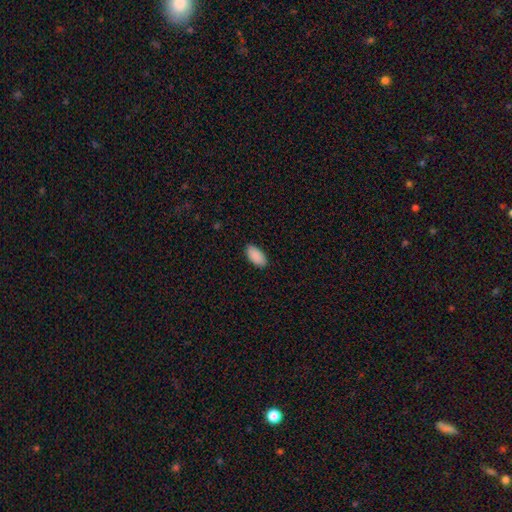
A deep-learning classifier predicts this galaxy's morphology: Q: Smooth or featured?
A: smooth (91%); runner-up: star or artifact (6%)
Q: How rounded?
A: in between (95%); runner-up: cigar-shaped (3%)
Q: Merging?
A: none (88%); runner-up: minor disturbance (9%)